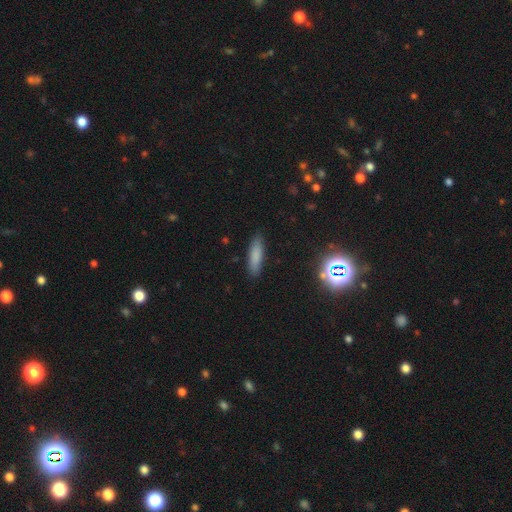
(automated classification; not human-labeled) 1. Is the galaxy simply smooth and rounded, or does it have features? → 80% smooth, 10% featured or disk, 10% star or artifact.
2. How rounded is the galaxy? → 62% cigar-shaped, 36% in between, 2% round.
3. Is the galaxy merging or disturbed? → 87% none, 10% minor disturbance, 2% major disturbance, 1% merger.